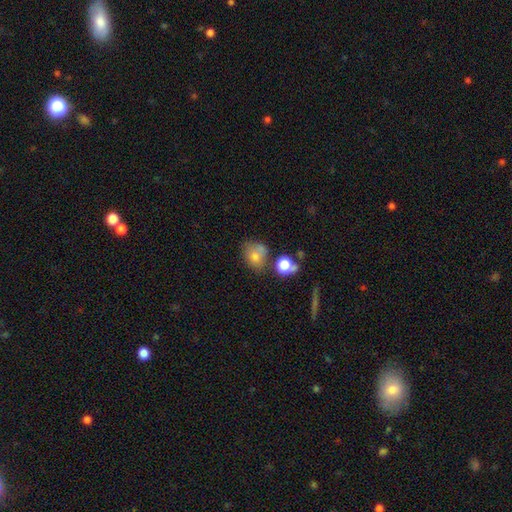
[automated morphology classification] smooth-or-featured: smooth: 73% | featured or disk: 15% | star or artifact: 13%
  how-rounded: round: 57% | in between: 42% | cigar-shaped: 1%
  merging: none: 44% | merger: 25% | minor disturbance: 20% | major disturbance: 10%